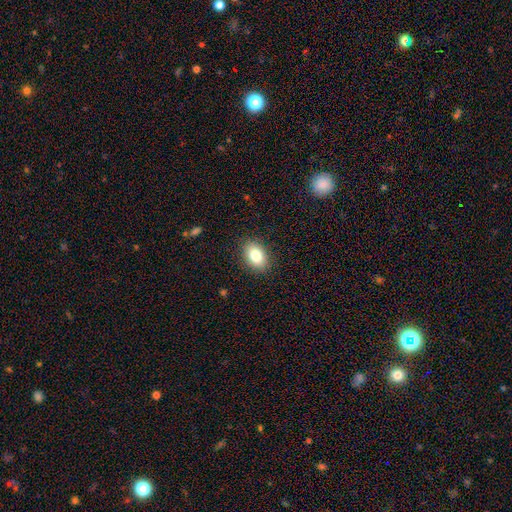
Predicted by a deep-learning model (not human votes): Q: Smooth or featured?
A: smooth (82%); runner-up: featured or disk (10%)
Q: How rounded?
A: in between (81%); runner-up: round (18%)
Q: Merging?
A: none (88%); runner-up: minor disturbance (9%)